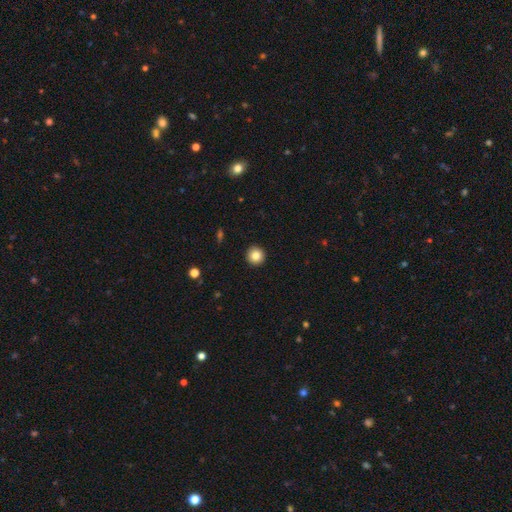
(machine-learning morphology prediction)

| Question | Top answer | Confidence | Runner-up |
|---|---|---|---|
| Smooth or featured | smooth | 83% | star or artifact (10%) |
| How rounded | round | 96% | in between (3%) |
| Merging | none | 94% | minor disturbance (4%) |